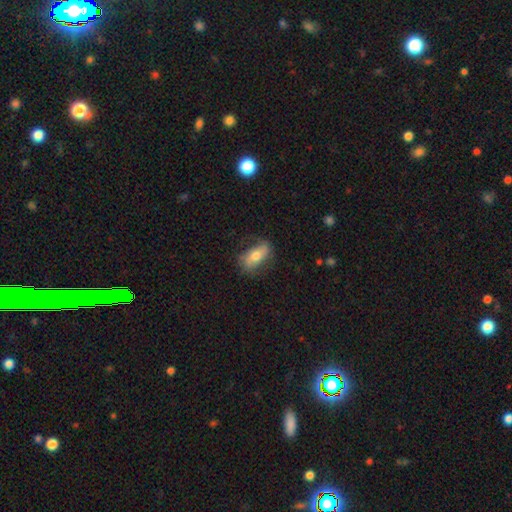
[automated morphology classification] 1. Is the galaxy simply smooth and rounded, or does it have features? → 55% smooth, 38% featured or disk, 7% star or artifact.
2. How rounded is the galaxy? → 81% in between, 13% cigar-shaped, 6% round.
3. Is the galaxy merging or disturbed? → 69% none, 21% minor disturbance, 8% major disturbance, 2% merger.